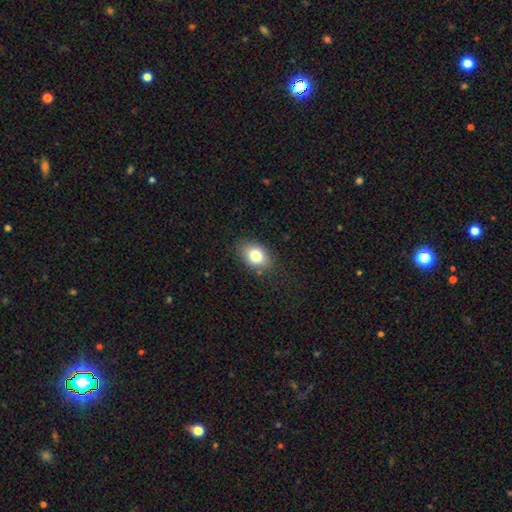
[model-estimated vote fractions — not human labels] This appears to be a smooth galaxy with no disk features (80%) that is in between round and cigar-shaped (77%). Merging: none (83%).